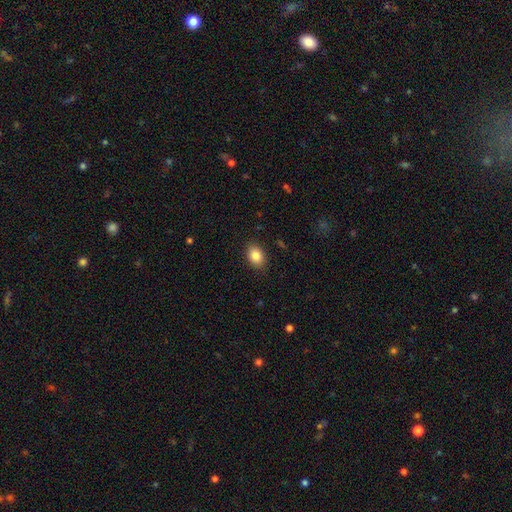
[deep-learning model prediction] A smooth galaxy with no disk features (86%) that is in between round and cigar-shaped (79%).

Vote fractions:
- Smooth or featured? smooth: 86% / star or artifact: 8% / featured or disk: 6%
- How rounded? in between: 79% / round: 20% / cigar-shaped: 1%
- Merging? none: 88% / minor disturbance: 9% / major disturbance: 2% / merger: 1%